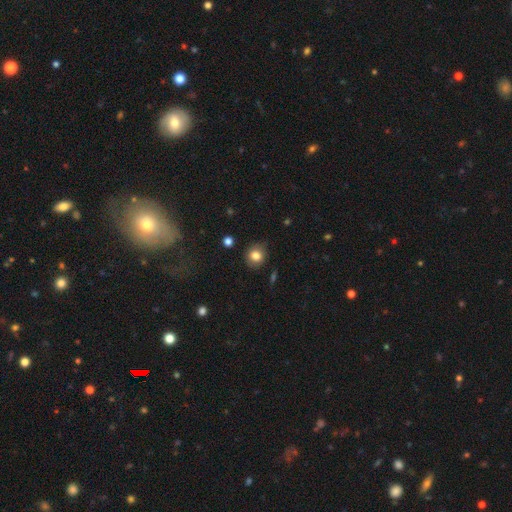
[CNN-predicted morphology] A smooth galaxy with no disk features (82%) that is round (81%).

Vote fractions:
- Smooth or featured? smooth: 82% / star or artifact: 10% / featured or disk: 8%
- How rounded? round: 81% / in between: 18% / cigar-shaped: 1%
- Merging? none: 81% / minor disturbance: 14% / major disturbance: 3% / merger: 2%